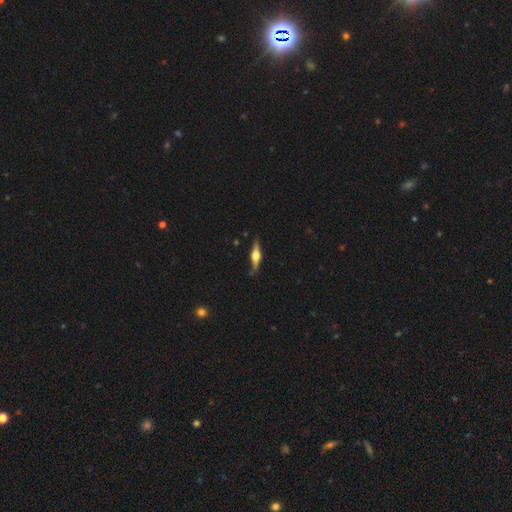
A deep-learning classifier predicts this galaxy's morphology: A featured or disk galaxy (70%) viewed edge-on (96%) with a rounded central bulge (92%).

Vote fractions:
- Smooth or featured? featured or disk: 70% / smooth: 24% / star or artifact: 5%
- Edge-on disk? yes: 96% / no: 4%
- Edge-on bulge? rounded: 92% / boxy: 6% / none: 2%
- Merging? none: 79% / minor disturbance: 16% / major disturbance: 4% / merger: 2%